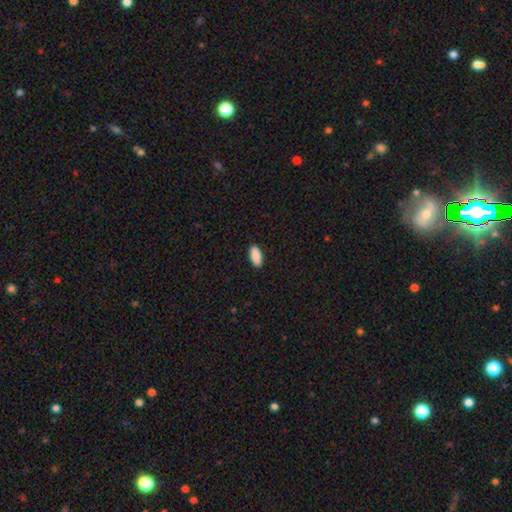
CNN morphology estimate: Overall: smooth (90%). How rounded: in between (87%). Merging: none (90%).